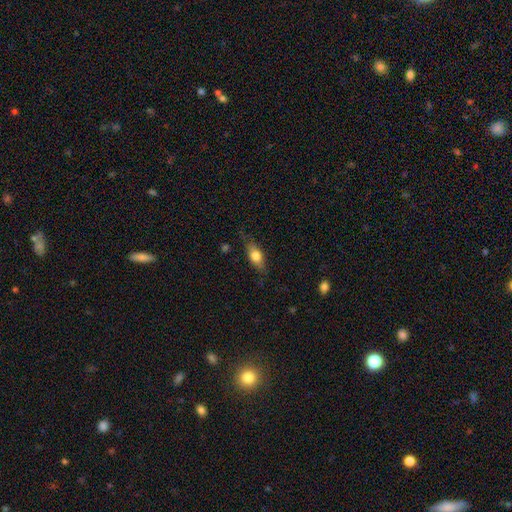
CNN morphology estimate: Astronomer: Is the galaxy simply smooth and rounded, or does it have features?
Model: smooth — 67%.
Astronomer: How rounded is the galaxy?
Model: in between — 72%.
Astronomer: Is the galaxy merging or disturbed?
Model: none — 72%.